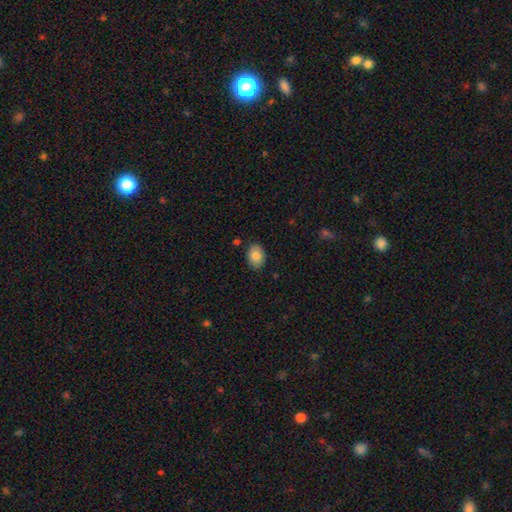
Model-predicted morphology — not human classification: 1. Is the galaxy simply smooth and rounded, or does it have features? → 84% smooth, 9% featured or disk, 7% star or artifact.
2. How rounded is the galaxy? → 76% in between, 23% round, 1% cigar-shaped.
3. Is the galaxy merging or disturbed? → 85% none, 11% minor disturbance, 2% major disturbance, 2% merger.